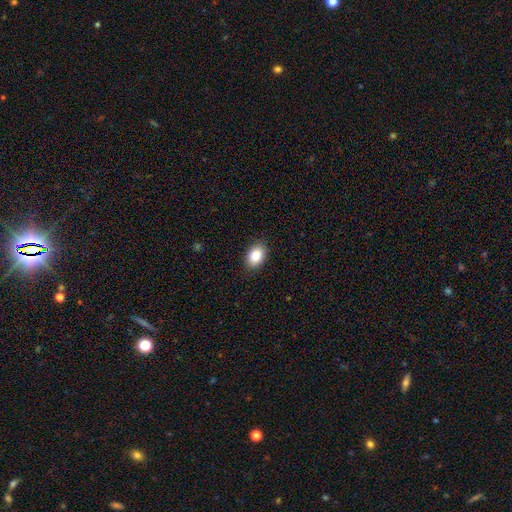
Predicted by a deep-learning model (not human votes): smooth-or-featured: smooth: 86% | star or artifact: 8% | featured or disk: 6%
  how-rounded: in between: 82% | round: 17% | cigar-shaped: 1%
  merging: none: 88% | minor disturbance: 9% | major disturbance: 2% | merger: 1%